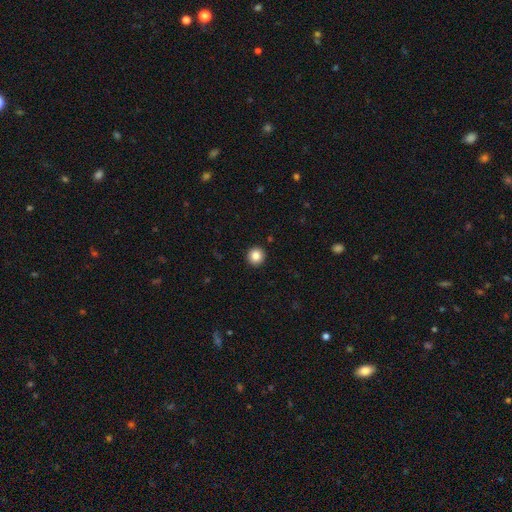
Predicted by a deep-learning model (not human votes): The model was most divided on "smooth or featured": smooth: 85%, star or artifact: 10%, featured or disk: 5%. More confident: how rounded — round (95%); merging — none (93%).